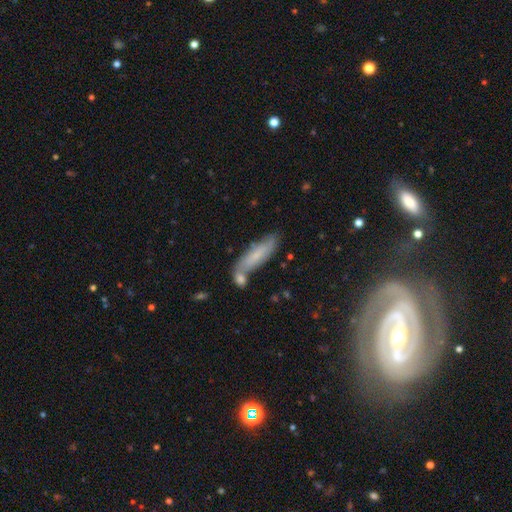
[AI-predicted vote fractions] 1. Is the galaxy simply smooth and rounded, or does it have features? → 52% smooth, 37% featured or disk, 11% star or artifact.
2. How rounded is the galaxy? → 65% cigar-shaped, 32% in between, 3% round.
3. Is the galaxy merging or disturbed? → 65% none, 18% minor disturbance, 12% merger, 5% major disturbance.